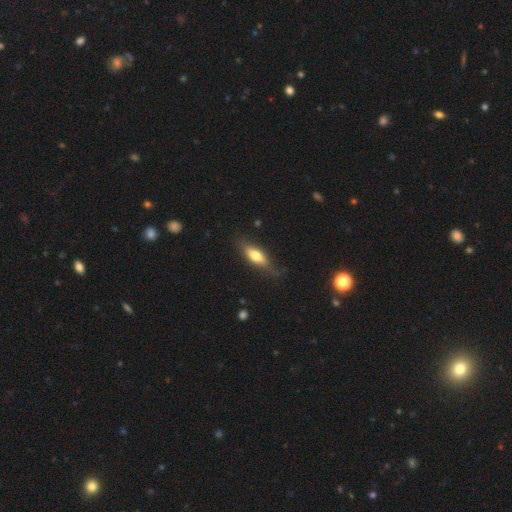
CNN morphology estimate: The model was most divided on "how rounded": in between: 59%, cigar-shaped: 38%, round: 3%. More confident: merging — none (74%); smooth or featured — smooth (63%).